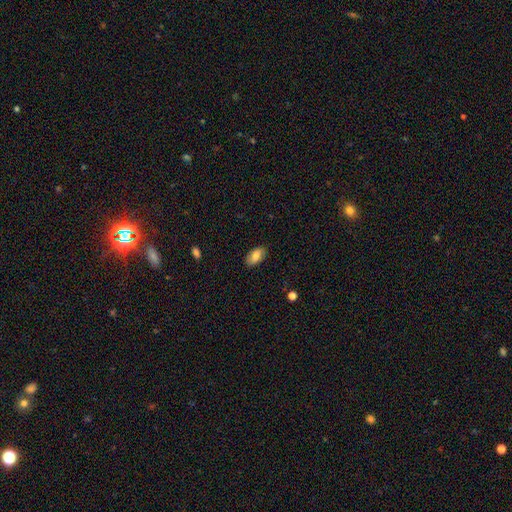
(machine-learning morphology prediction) Smooth or featured? Predicted: smooth (p=0.80). How rounded? Predicted: in between (p=0.93). Merging? Predicted: none (p=0.85).